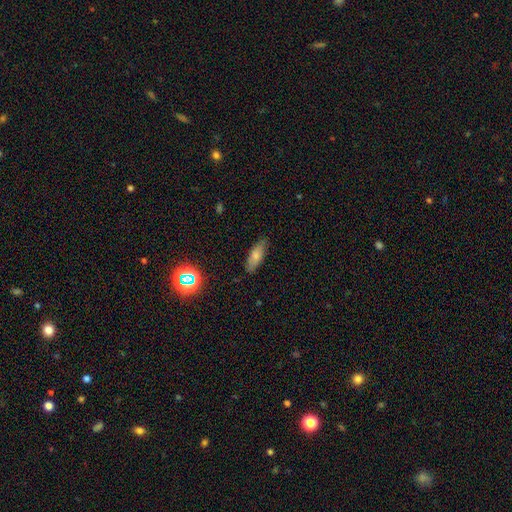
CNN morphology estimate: Smooth or featured? Predicted: smooth (p=0.75). How rounded? Predicted: in between (p=0.67). Merging? Predicted: none (p=0.80).